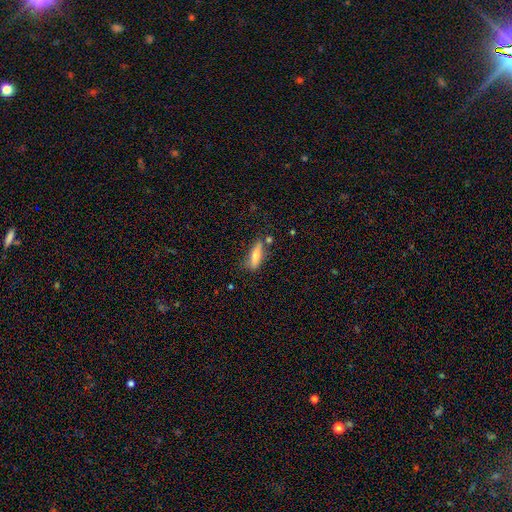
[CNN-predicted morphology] The model was most divided on "how rounded": cigar-shaped: 60%, in between: 38%, round: 2%. More confident: merging — none (70%); smooth or featured — smooth (66%).